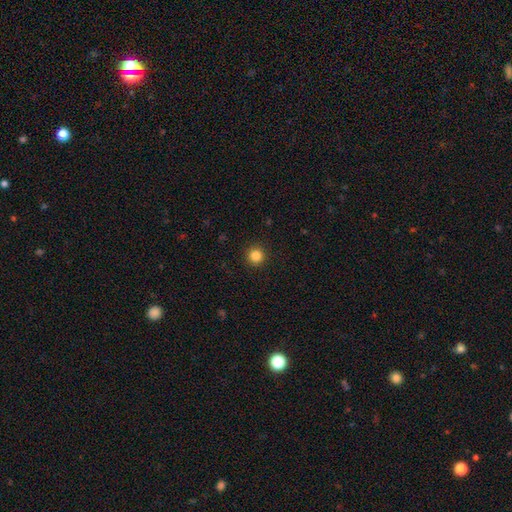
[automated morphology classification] The model was most divided on "smooth or featured": smooth: 85%, star or artifact: 11%, featured or disk: 4%. More confident: how rounded — round (95%); merging — none (92%).